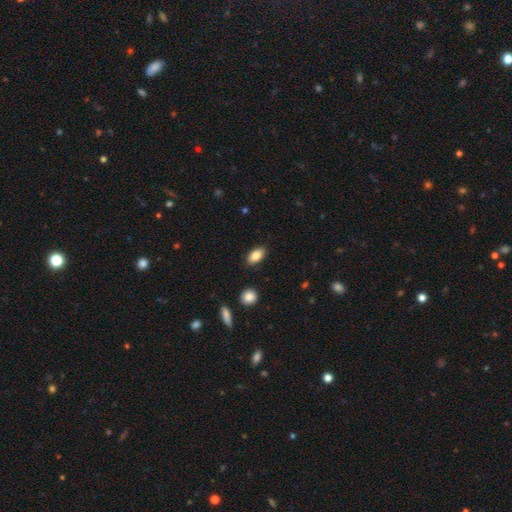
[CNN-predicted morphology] Smooth or featured: smooth — 86% (star or artifact — 7%)
How rounded: in between — 91% (round — 5%)
Merging: none — 87% (minor disturbance — 9%)